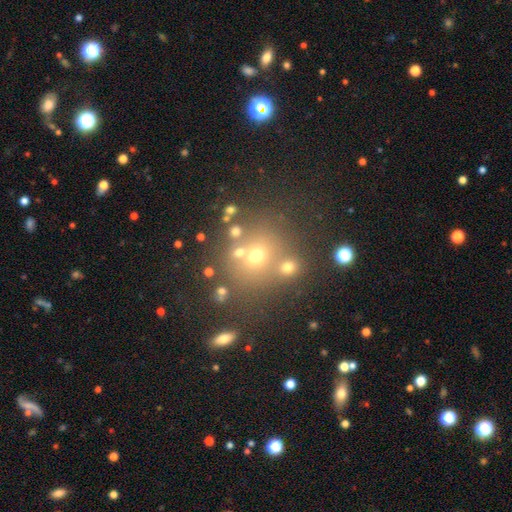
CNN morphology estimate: Q: Smooth or featured?
A: smooth (48%); runner-up: star or artifact (34%)
Q: Merging?
A: none (60%); runner-up: merger (23%)